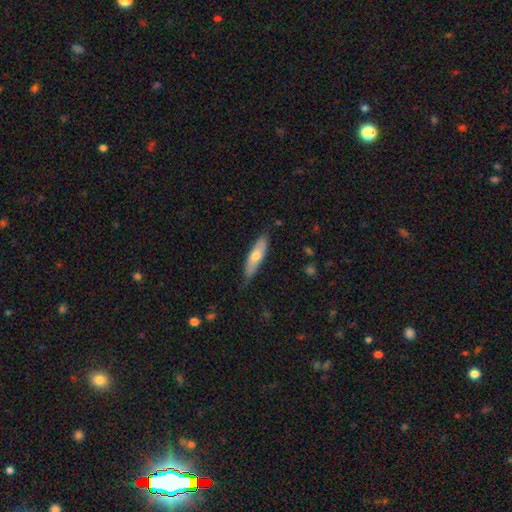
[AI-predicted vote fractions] Smooth or featured: smooth — 65% (featured or disk — 29%)
How rounded: cigar-shaped — 57% (in between — 41%)
Merging: none — 75% (minor disturbance — 20%)